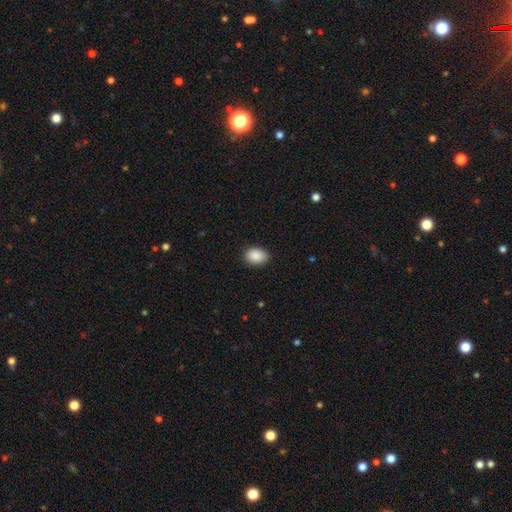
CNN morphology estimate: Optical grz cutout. It shows a smooth galaxy with no disk features (89%) that is in between round and cigar-shaped (75%). Merging: none (85%).